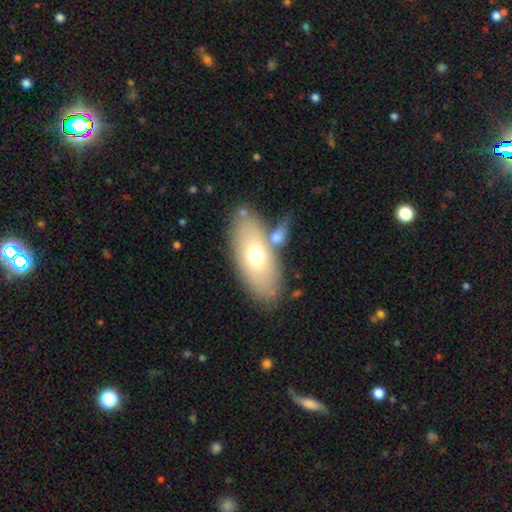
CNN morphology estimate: smooth 64%, featured or disk 29%, star or artifact 7%. Down the decision tree: how rounded — in between (86%); merging — none (67%).